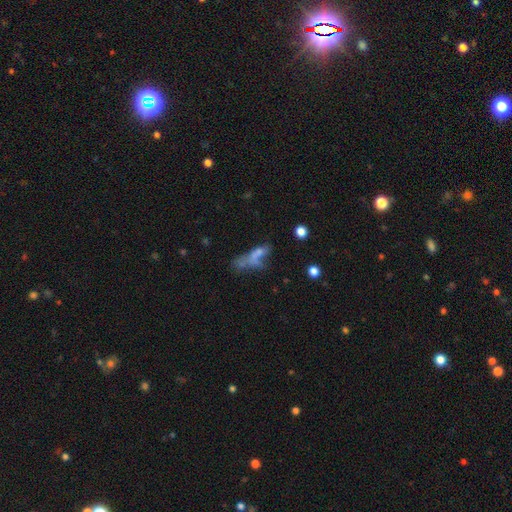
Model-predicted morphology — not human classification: smooth_or_featured: smooth (p=0.51) [alt: featured or disk p=0.32]
how_rounded: in between (p=0.59) [alt: cigar-shaped p=0.33]
merging: merger (p=0.32) [alt: major disturbance p=0.28]